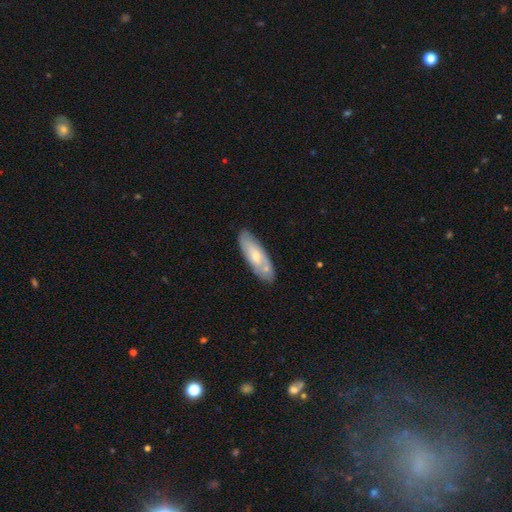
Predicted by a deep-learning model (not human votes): Morphology: type=smooth (56%); roundness=in between (60%); merging=none (78%).